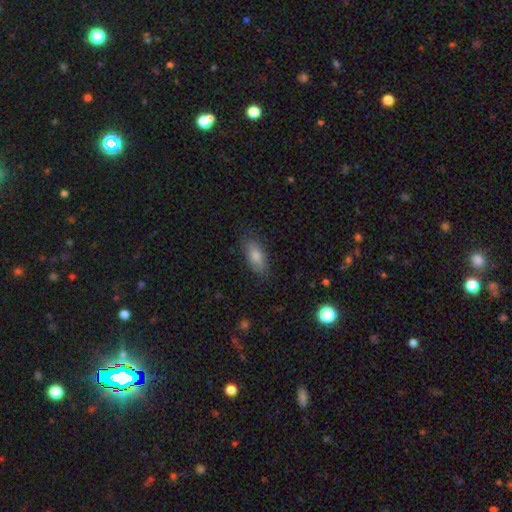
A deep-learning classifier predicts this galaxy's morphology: Smooth or featured: smooth — 74% (featured or disk — 17%)
How rounded: in between — 78% (cigar-shaped — 18%)
Merging: none — 83% (minor disturbance — 13%)